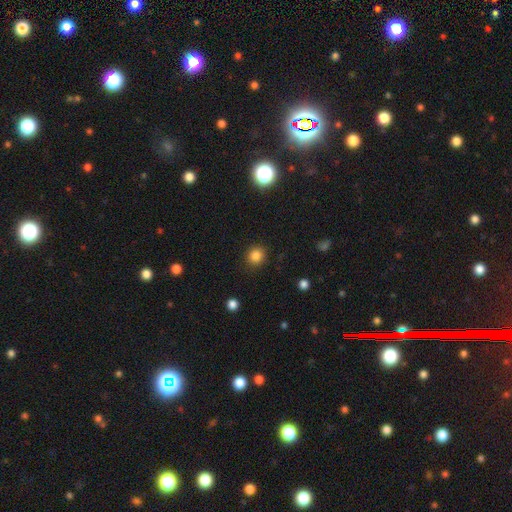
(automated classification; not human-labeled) Smooth or featured? Predicted: smooth (p=0.84). How rounded? Predicted: round (p=0.88). Merging? Predicted: none (p=0.90).